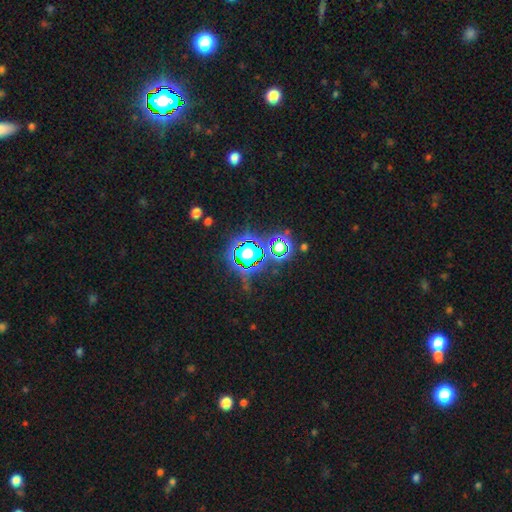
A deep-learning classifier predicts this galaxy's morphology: type=star or artifact (81%).